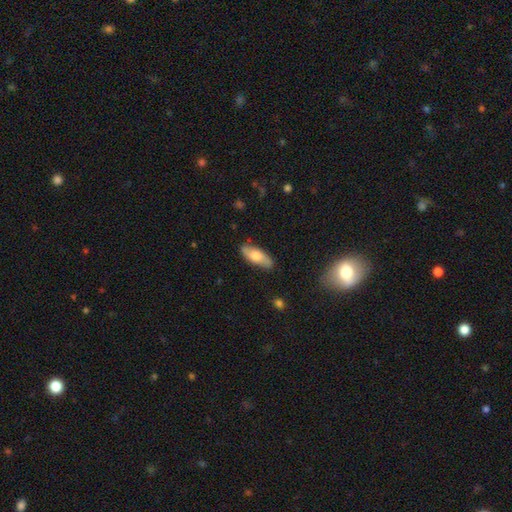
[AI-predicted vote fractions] Smooth or featured?
  - smooth: 60% *
  - featured or disk: 34%
  - star or artifact: 6%
How rounded?
  - in between: 73% *
  - cigar-shaped: 25%
  - round: 3%
Merging?
  - none: 83% *
  - minor disturbance: 13%
  - major disturbance: 3%
  - merger: 1%